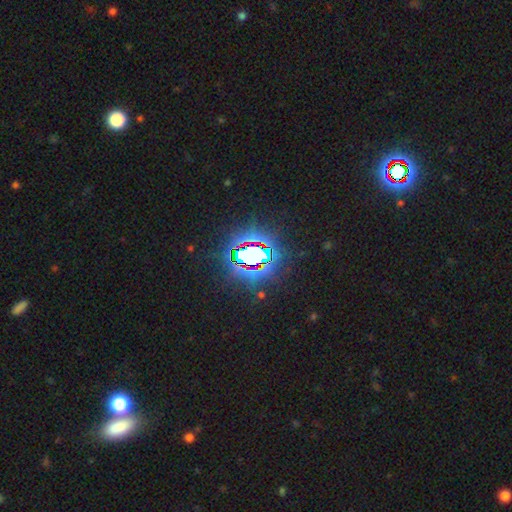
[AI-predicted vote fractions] smooth-or-featured: star or artifact: 74% | smooth: 15% | featured or disk: 11%